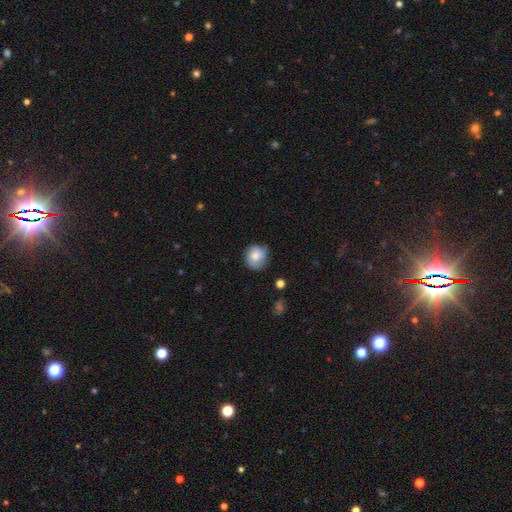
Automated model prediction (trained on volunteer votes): The model was most divided on "merging": none: 69%, minor disturbance: 24%, major disturbance: 5%, merger: 2%. More confident: how rounded — round (87%); smooth or featured — smooth (74%).